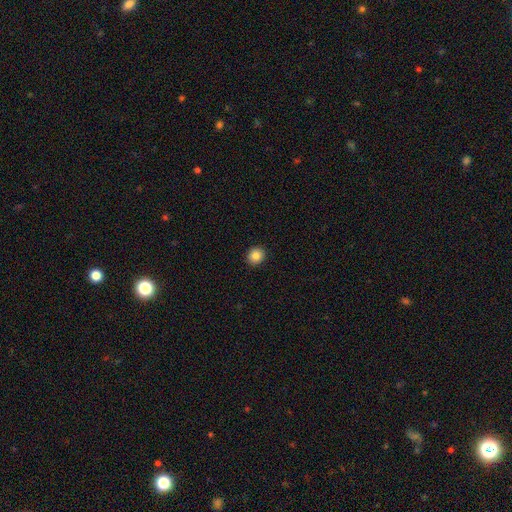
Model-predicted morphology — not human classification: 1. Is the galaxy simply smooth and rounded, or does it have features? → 85% smooth, 10% star or artifact, 5% featured or disk.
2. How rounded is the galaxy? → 85% round, 14% in between, 1% cigar-shaped.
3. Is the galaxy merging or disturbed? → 92% none, 5% minor disturbance, 2% major disturbance, 1% merger.